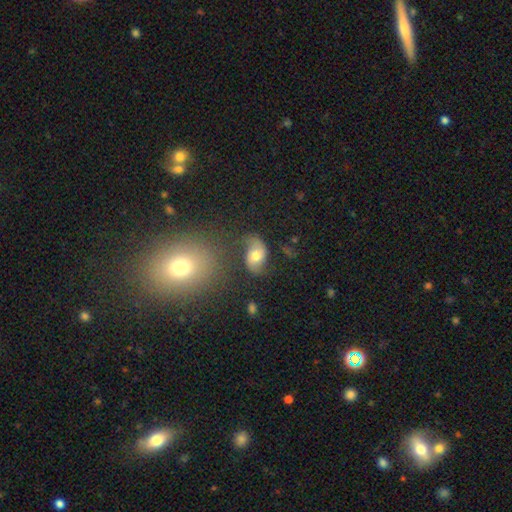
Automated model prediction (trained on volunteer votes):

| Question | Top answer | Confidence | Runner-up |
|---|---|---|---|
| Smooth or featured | featured or disk | 49% | smooth (41%) |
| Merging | none | 51% | minor disturbance (24%) |